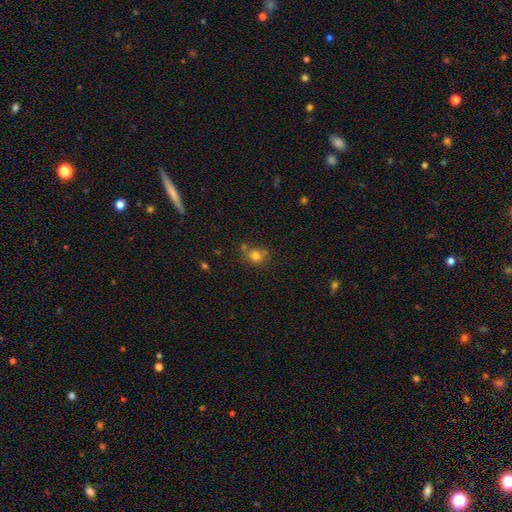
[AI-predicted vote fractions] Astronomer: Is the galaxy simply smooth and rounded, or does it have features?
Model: smooth — 78%.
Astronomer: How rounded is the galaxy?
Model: round — 79%.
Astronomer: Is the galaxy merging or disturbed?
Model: none — 66%.